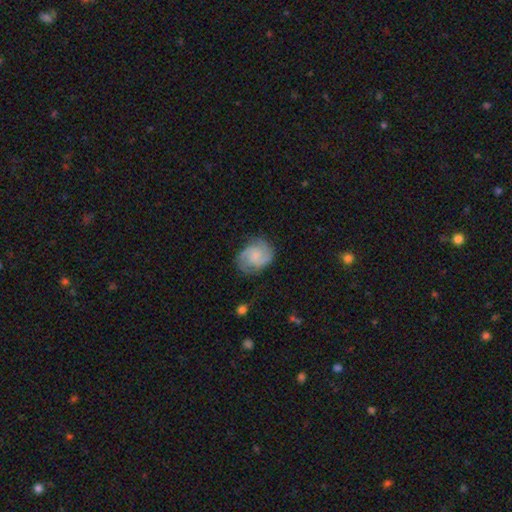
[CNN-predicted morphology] Overall: featured or disk (73%). Edge-on disk: no (98%). Bar: no (55%; weak 39%). Spiral arms: yes (95%). Spiral arm count: 2 (68%). Spiral winding: medium (49%; tight 34%). Bulge size: none (36%; small 35%). Merging: none (71%).